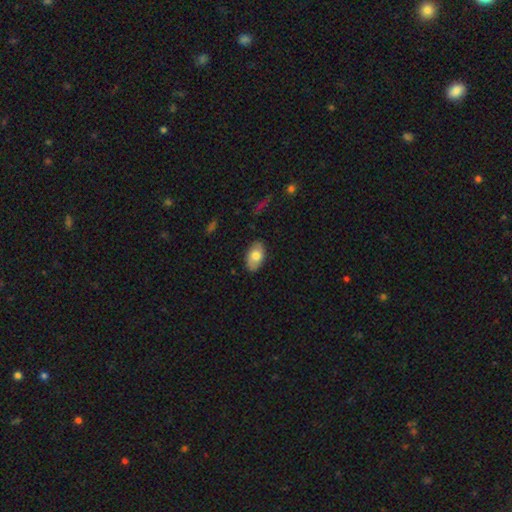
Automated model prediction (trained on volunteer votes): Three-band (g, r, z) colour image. It shows a smooth galaxy with no disk features (76%) that is in between round and cigar-shaped (93%). Merging: none (85%).